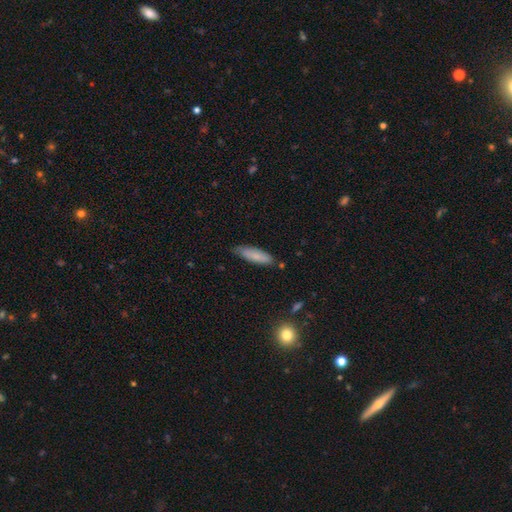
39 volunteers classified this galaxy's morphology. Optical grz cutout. It shows a smooth galaxy with no disk features (79%) that is cigar-shaped (52%). Merging: none (70%).